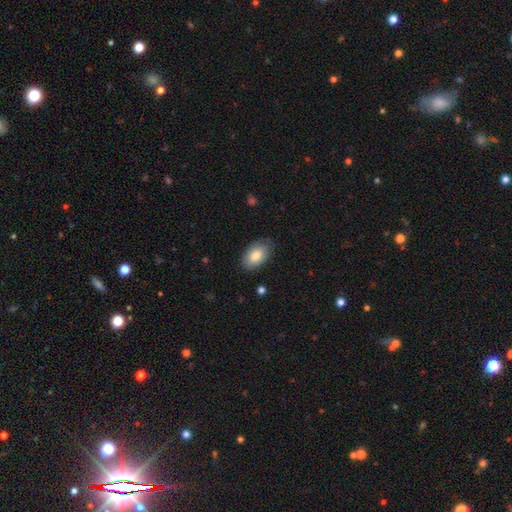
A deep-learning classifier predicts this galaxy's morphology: Q: Smooth or featured?
A: smooth (79%); runner-up: featured or disk (14%)
Q: How rounded?
A: in between (93%); runner-up: round (5%)
Q: Merging?
A: none (80%); runner-up: minor disturbance (16%)